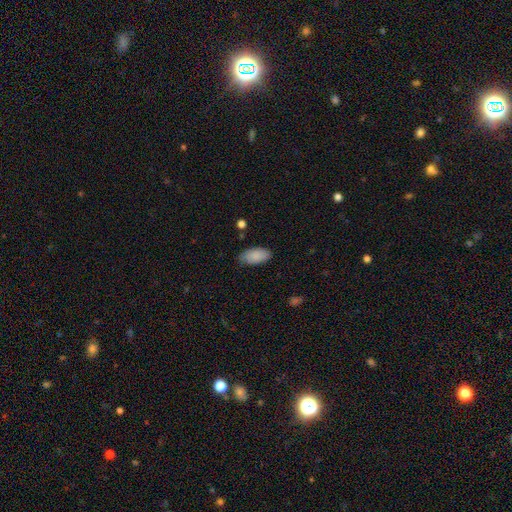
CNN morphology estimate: smooth 87%, featured or disk 7%, star or artifact 6%. Down the decision tree: how rounded — in between (94%); merging — none (79%).